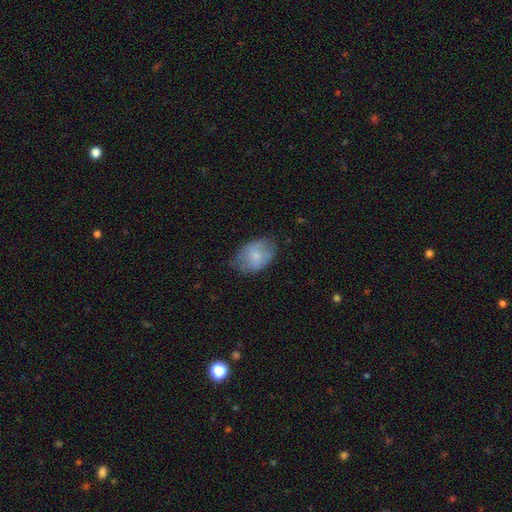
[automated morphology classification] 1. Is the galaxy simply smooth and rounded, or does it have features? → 70% smooth, 23% featured or disk, 7% star or artifact.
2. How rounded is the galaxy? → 83% in between, 16% round, 1% cigar-shaped.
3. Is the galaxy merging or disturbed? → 60% none, 28% minor disturbance, 10% major disturbance, 1% merger.